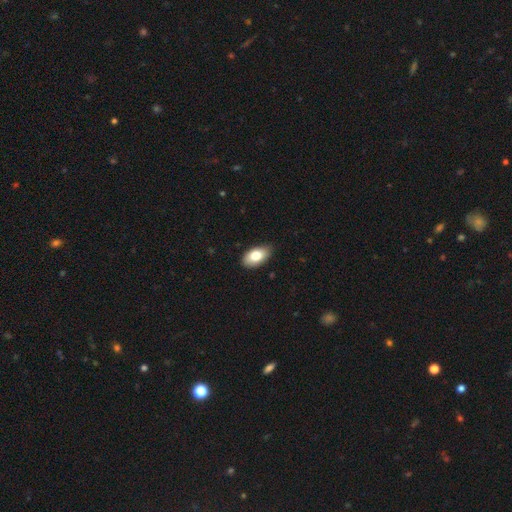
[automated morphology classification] Q: Smooth or featured?
A: smooth (78%); runner-up: featured or disk (15%)
Q: How rounded?
A: in between (93%); runner-up: round (5%)
Q: Merging?
A: none (82%); runner-up: minor disturbance (15%)